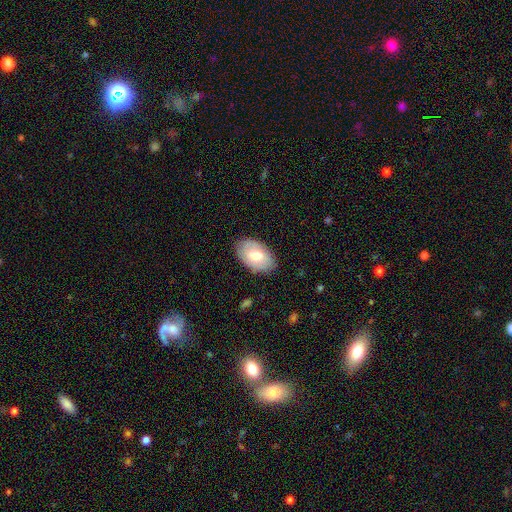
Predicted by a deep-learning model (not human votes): Smooth or featured: smooth — 65% (featured or disk — 29%)
How rounded: in between — 92% (round — 7%)
Merging: none — 84% (minor disturbance — 12%)